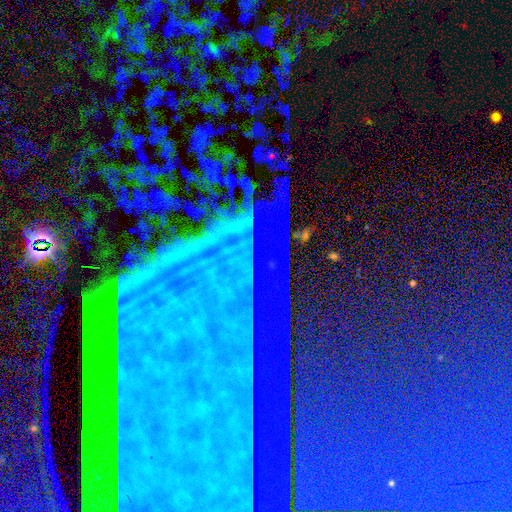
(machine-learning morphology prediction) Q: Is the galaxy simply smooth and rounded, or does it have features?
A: star or artifact — 78%.